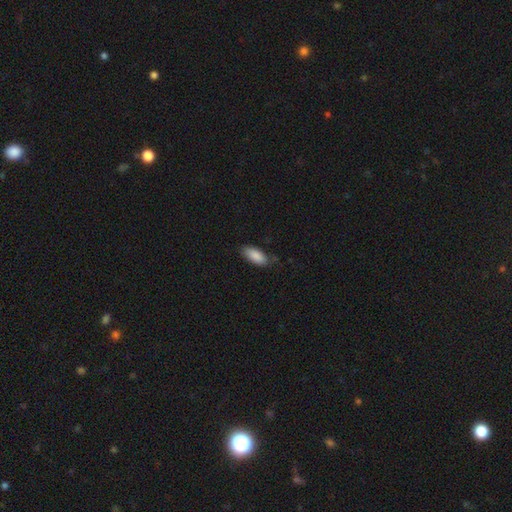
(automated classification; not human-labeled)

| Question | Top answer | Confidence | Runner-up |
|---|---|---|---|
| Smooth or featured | smooth | 88% | star or artifact (6%) |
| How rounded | in between | 86% | cigar-shaped (12%) |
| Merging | none | 75% | minor disturbance (20%) |